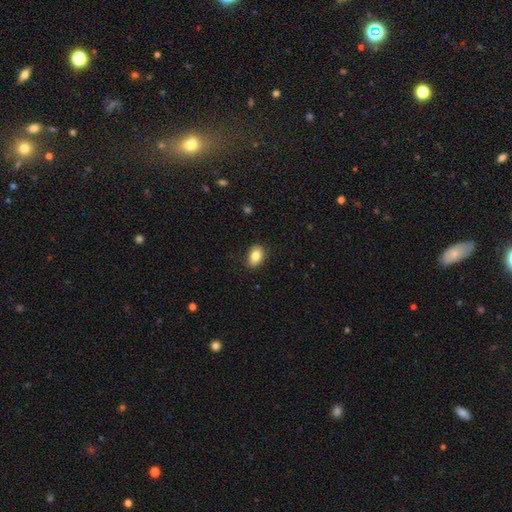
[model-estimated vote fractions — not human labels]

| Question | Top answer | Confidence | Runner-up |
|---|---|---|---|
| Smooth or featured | smooth | 84% | featured or disk (9%) |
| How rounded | in between | 84% | round (14%) |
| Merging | none | 82% | minor disturbance (14%) |